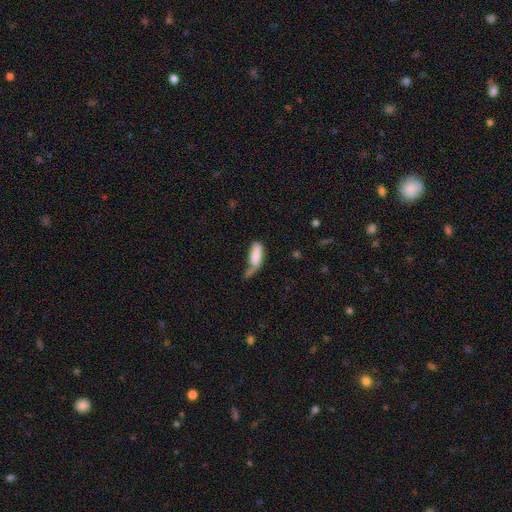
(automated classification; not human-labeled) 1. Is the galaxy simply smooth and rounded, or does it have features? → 76% smooth, 17% featured or disk, 7% star or artifact.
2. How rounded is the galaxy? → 67% in between, 31% cigar-shaped, 2% round.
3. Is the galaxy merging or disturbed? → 31% major disturbance, 29% minor disturbance, 22% none, 18% merger.